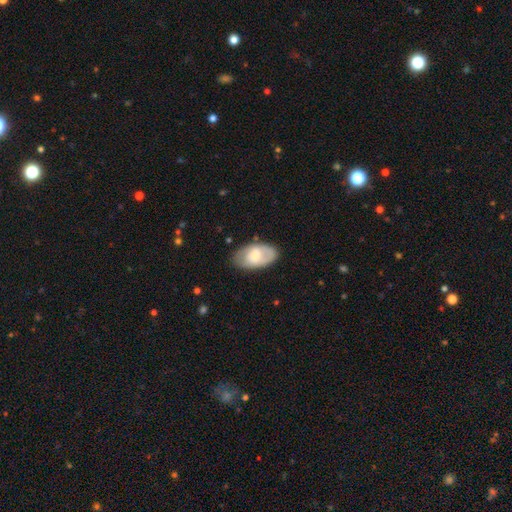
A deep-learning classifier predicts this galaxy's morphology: A smooth galaxy with no disk features (61%) that is in between round and cigar-shaped (94%). Merging: none (75%).